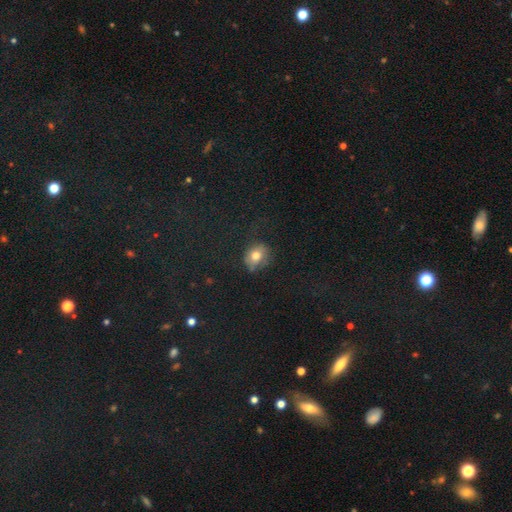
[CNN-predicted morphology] Q: Smooth or featured?
A: smooth (73%); runner-up: featured or disk (14%)
Q: How rounded?
A: round (58%); runner-up: in between (41%)
Q: Merging?
A: none (58%); runner-up: minor disturbance (25%)